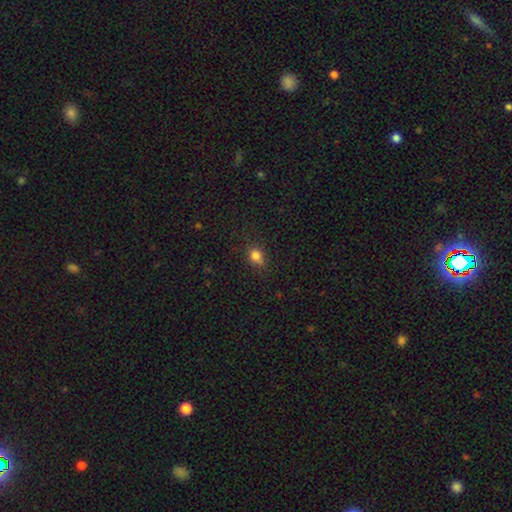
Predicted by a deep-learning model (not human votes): Smooth or featured? Predicted: smooth (p=0.80). How rounded? Predicted: round (p=0.66). Merging? Predicted: none (p=0.72).